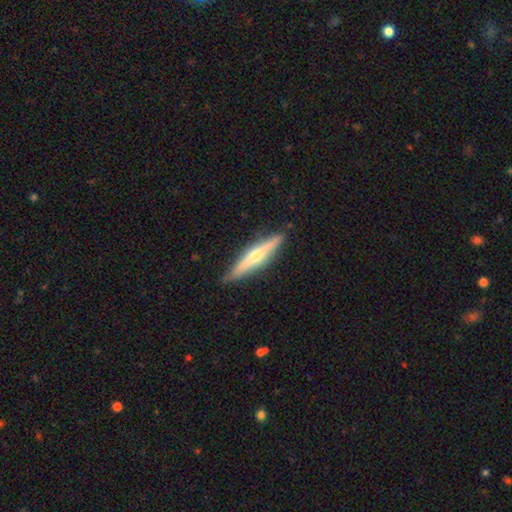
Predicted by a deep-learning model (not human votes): Morphology: type=featured or disk (64%); edge-on=yes (96%); edge-on bulge=rounded (84%); merging=none (88%).